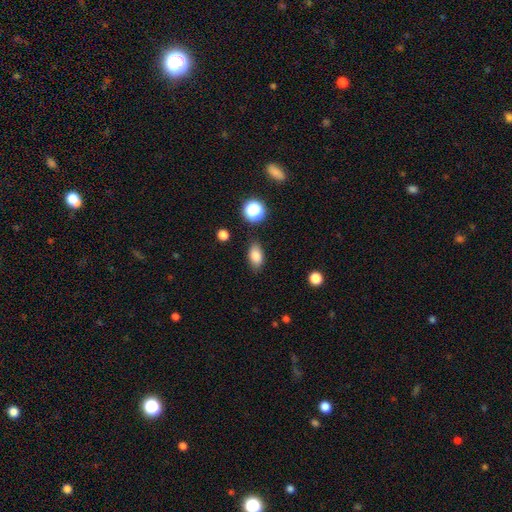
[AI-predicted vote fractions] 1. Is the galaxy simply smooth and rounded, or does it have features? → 84% smooth, 10% star or artifact, 6% featured or disk.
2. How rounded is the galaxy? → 87% in between, 9% round, 4% cigar-shaped.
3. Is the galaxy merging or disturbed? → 84% none, 11% minor disturbance, 3% major disturbance, 2% merger.